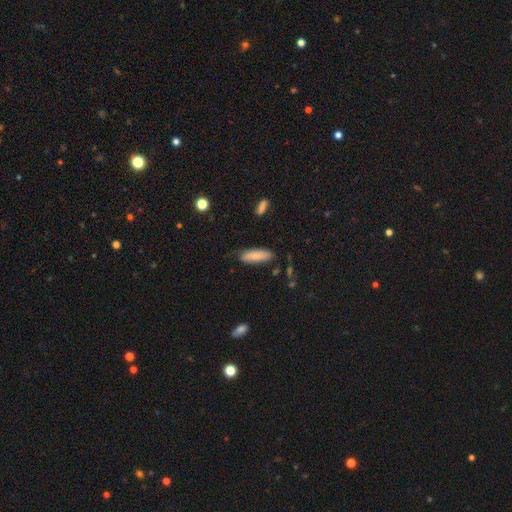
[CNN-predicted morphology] This appears to be a smooth galaxy with no disk features (84%) that is in between round and cigar-shaped (52%). Merging: none (80%).